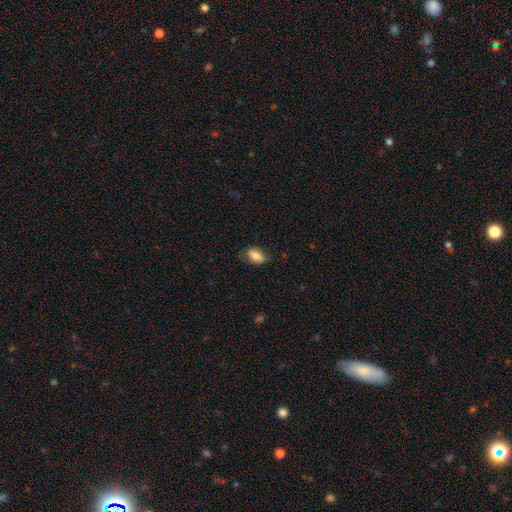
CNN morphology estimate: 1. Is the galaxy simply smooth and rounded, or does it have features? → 81% smooth, 12% featured or disk, 7% star or artifact.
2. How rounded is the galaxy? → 89% in between, 8% round, 3% cigar-shaped.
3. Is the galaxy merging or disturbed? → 73% none, 21% minor disturbance, 5% major disturbance, 1% merger.